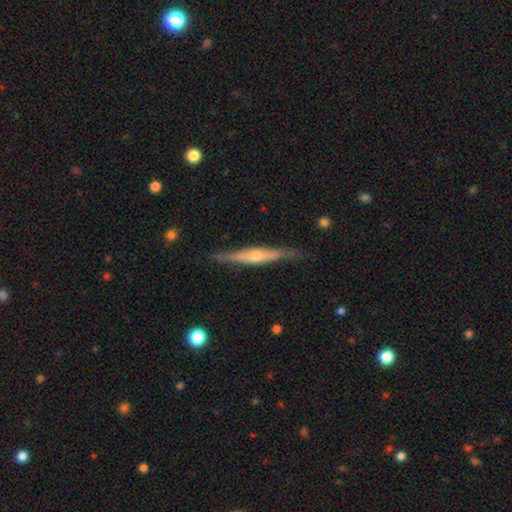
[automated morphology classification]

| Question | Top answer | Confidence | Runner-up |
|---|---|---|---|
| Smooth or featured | featured or disk | 70% | smooth (24%) |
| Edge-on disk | yes | 96% | no (4%) |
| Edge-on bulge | rounded | 80% | none (12%) |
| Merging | none | 85% | minor disturbance (11%) |